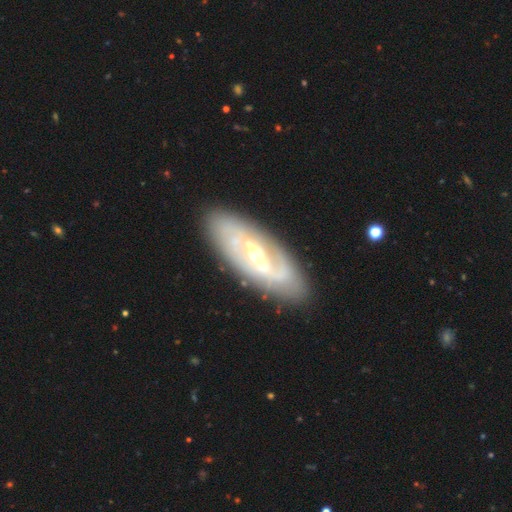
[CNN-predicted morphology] This appears to be a featured or disk galaxy (81%) with a strong bar (44%), 2 (68%) tight (42%) spiral arms (80%) and a moderate central bulge (64%). Merging: none (83%).